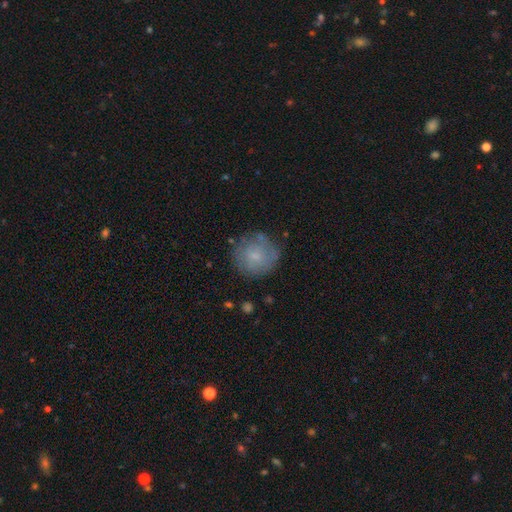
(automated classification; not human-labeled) Smooth or featured? Predicted: smooth (p=0.63). How rounded? Predicted: round (p=0.92). Merging? Predicted: none (p=0.75).